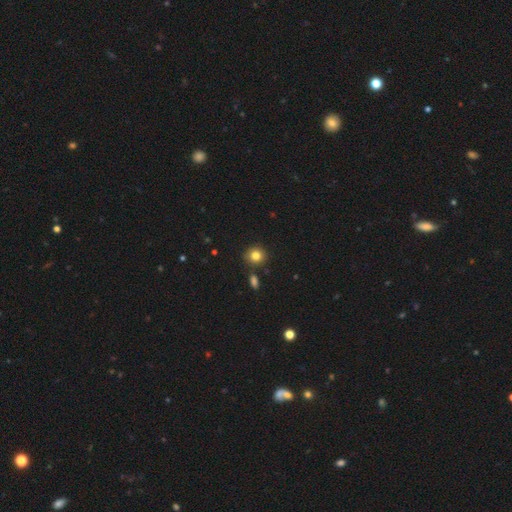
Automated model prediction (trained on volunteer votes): Smooth or featured: smooth — 82% (star or artifact — 11%)
How rounded: round — 86% (in between — 13%)
Merging: none — 83% (minor disturbance — 9%)